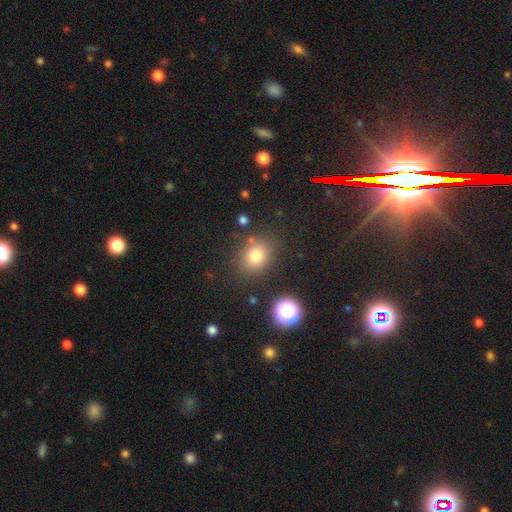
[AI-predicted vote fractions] Smooth or featured? Predicted: smooth (p=0.78). How rounded? Predicted: round (p=0.63). Merging? Predicted: none (p=0.80).